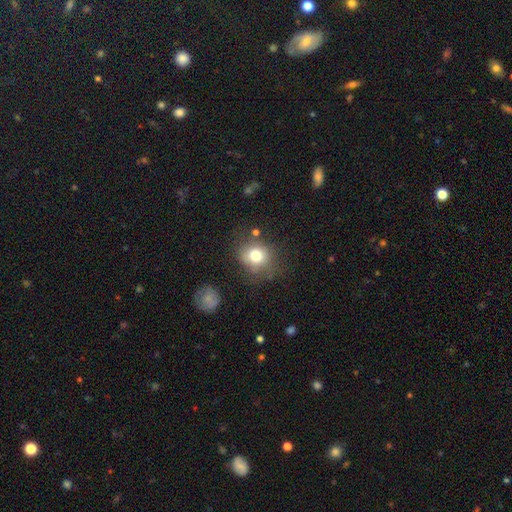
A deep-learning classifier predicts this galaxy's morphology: smooth-or-featured: smooth: 78% | featured or disk: 11% | star or artifact: 11%
  how-rounded: round: 70% | in between: 29% | cigar-shaped: 1%
  merging: none: 68% | minor disturbance: 19% | major disturbance: 8% | merger: 5%